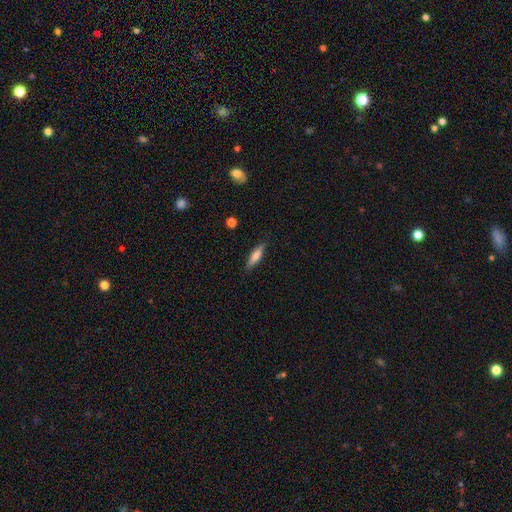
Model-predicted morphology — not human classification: This appears to be a smooth galaxy with no disk features (61%) that is cigar-shaped (73%). Merging: none (86%).